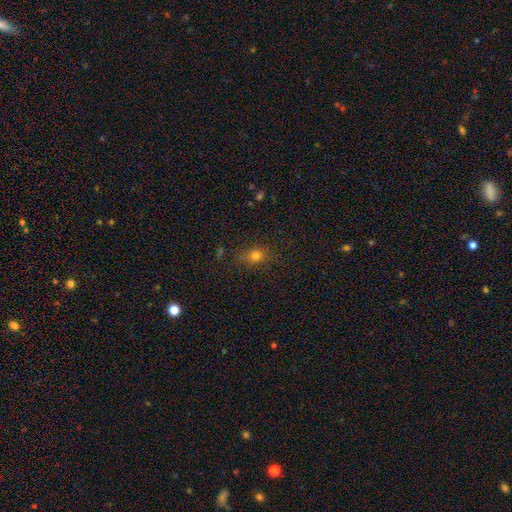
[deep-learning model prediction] smooth_or_featured: smooth (p=0.71) [alt: star or artifact p=0.20]
how_rounded: round (p=0.54) [alt: in between p=0.42]
merging: none (p=0.80) [alt: minor disturbance p=0.14]